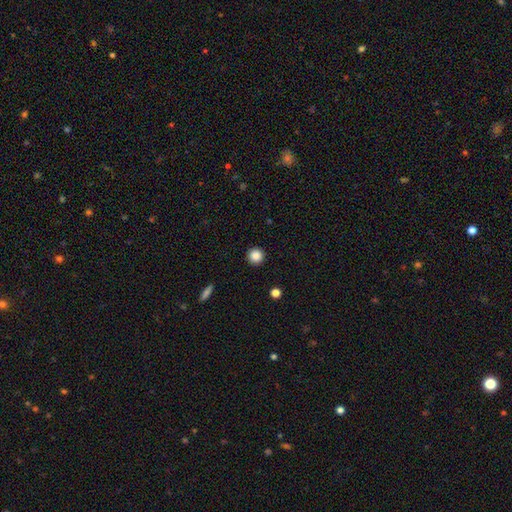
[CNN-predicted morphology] Smooth or featured?
  - smooth: 87% *
  - star or artifact: 10%
  - featured or disk: 3%
How rounded?
  - round: 96% *
  - in between: 3%
  - cigar-shaped: 1%
Merging?
  - none: 93% *
  - minor disturbance: 5%
  - major disturbance: 2%
  - merger: 1%